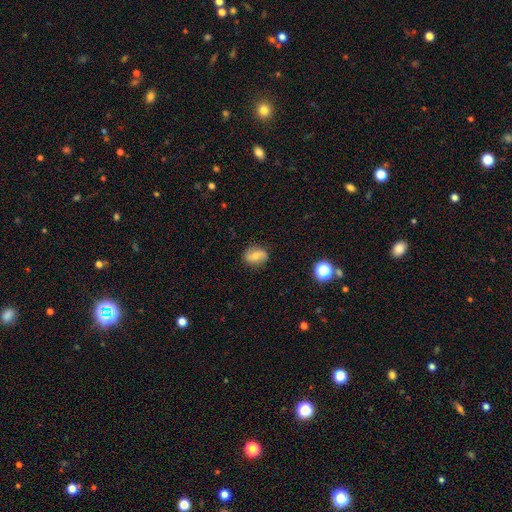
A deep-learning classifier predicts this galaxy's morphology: Smooth or featured: smooth — 47% (featured or disk — 43%)
Merging: none — 80% (minor disturbance — 15%)